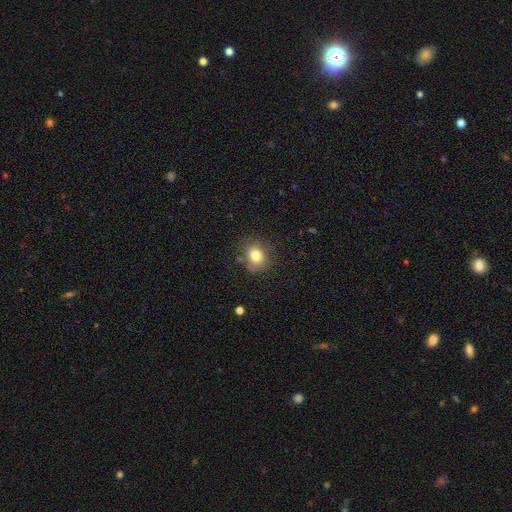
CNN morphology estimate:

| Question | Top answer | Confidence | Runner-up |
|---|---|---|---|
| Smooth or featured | smooth | 78% | star or artifact (12%) |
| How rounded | round | 69% | in between (30%) |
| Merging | none | 75% | minor disturbance (16%) |